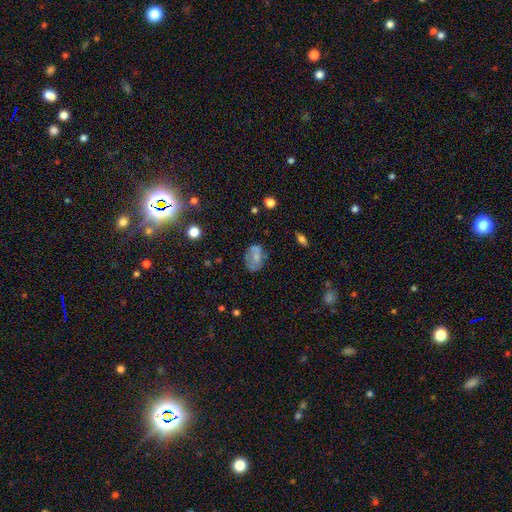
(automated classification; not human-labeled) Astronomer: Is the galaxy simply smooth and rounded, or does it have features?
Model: smooth — 58%.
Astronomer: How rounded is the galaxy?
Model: in between — 77%.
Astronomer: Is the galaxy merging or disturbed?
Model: none — 51% (runner-up: minor disturbance, 27%).